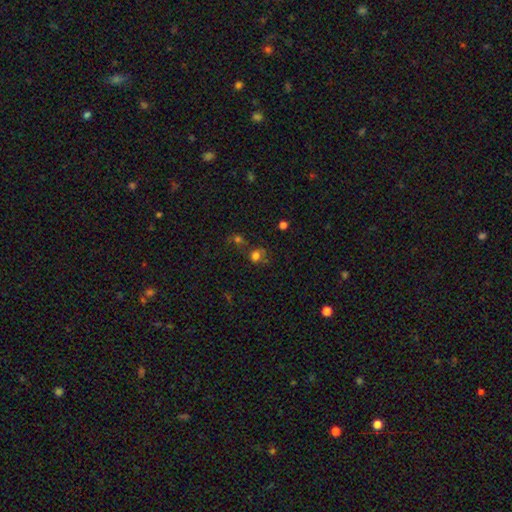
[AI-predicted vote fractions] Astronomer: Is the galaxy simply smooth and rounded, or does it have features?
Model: smooth — 69%.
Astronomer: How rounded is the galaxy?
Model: round — 71%.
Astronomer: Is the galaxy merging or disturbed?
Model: none — 48% (runner-up: merger, 24%).